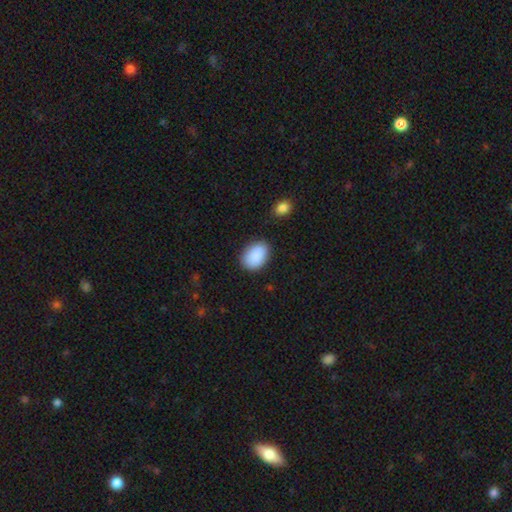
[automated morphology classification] Smooth or featured?
  - smooth: 90% *
  - star or artifact: 6%
  - featured or disk: 4%
How rounded?
  - in between: 83% *
  - round: 16%
  - cigar-shaped: 1%
Merging?
  - none: 83% *
  - minor disturbance: 12%
  - major disturbance: 3%
  - merger: 2%